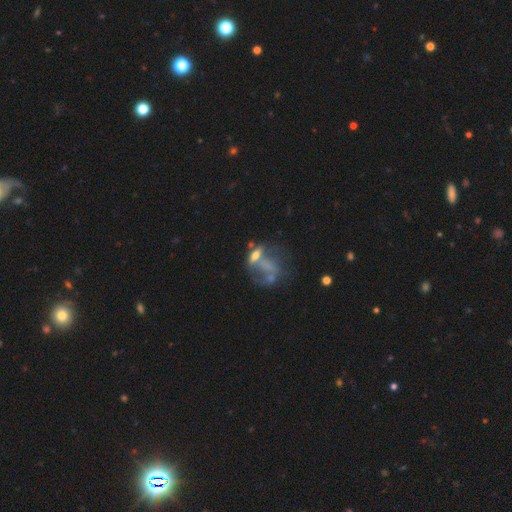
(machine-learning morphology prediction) The model was most divided on "merging": major disturbance: 33%, merger: 32%, none: 23%, minor disturbance: 13%. Remaining: smooth or featured — featured or disk (46%).